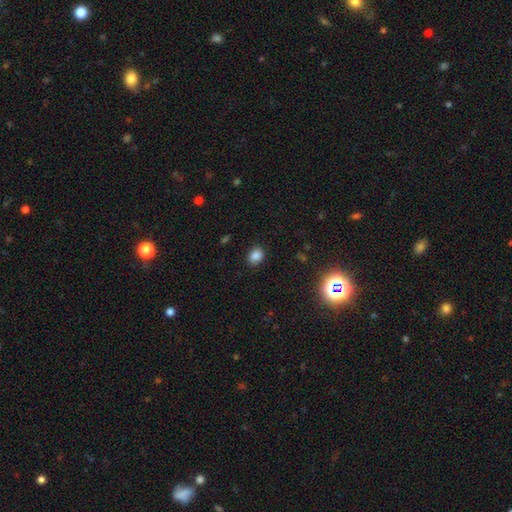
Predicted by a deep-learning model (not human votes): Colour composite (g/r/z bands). It shows a smooth galaxy with no disk features (84%) that is in between round and cigar-shaped (55%). Merging: none (85%).